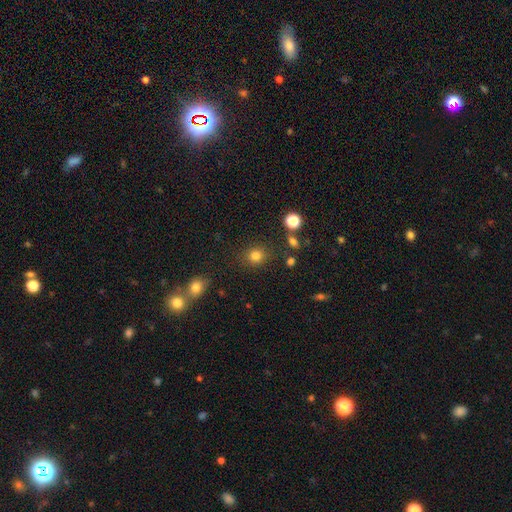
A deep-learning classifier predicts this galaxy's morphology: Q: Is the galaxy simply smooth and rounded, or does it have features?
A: smooth — 82%.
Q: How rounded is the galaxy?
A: round — 82%.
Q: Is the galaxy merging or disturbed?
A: none — 84%.